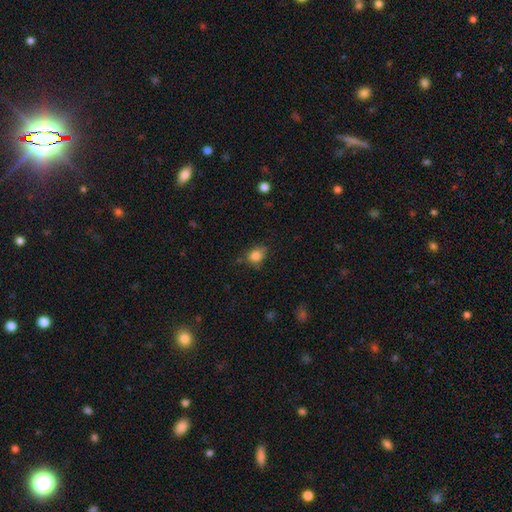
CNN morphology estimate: The model was most divided on "how rounded": in between: 55%, round: 44%, cigar-shaped: 1%. More confident: smooth or featured — smooth (85%); merging — none (69%).